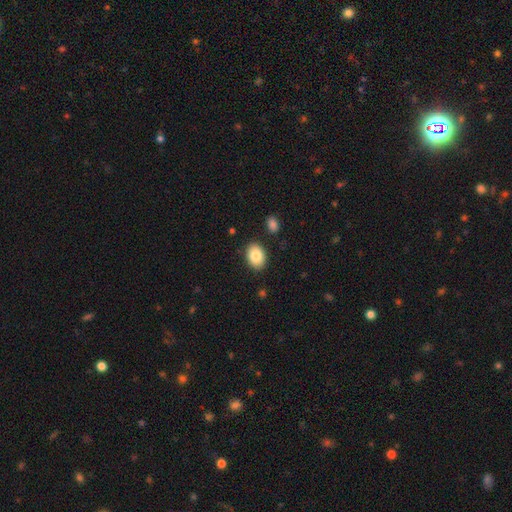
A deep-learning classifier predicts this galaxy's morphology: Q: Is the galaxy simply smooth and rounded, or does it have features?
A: smooth — 86%.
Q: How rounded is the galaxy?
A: in between — 78%.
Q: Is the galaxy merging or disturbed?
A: none — 87%.